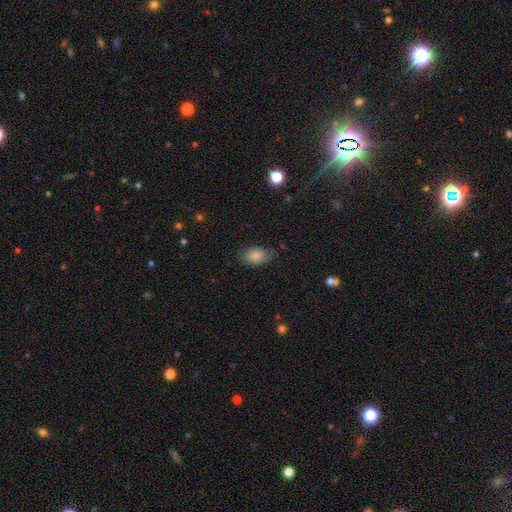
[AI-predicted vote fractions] Smooth or featured?
  - smooth: 84% *
  - star or artifact: 8%
  - featured or disk: 8%
How rounded?
  - in between: 89% *
  - round: 9%
  - cigar-shaped: 2%
Merging?
  - none: 74% *
  - minor disturbance: 20%
  - major disturbance: 4%
  - merger: 1%